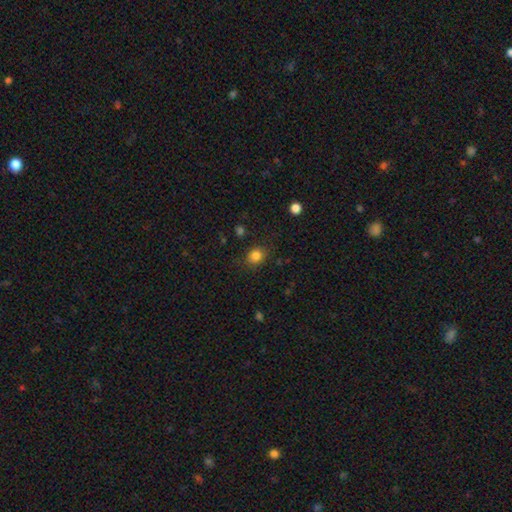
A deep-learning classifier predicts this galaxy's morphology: A smooth galaxy with no disk features (84%) that is round (62%). Merging: none (83%).